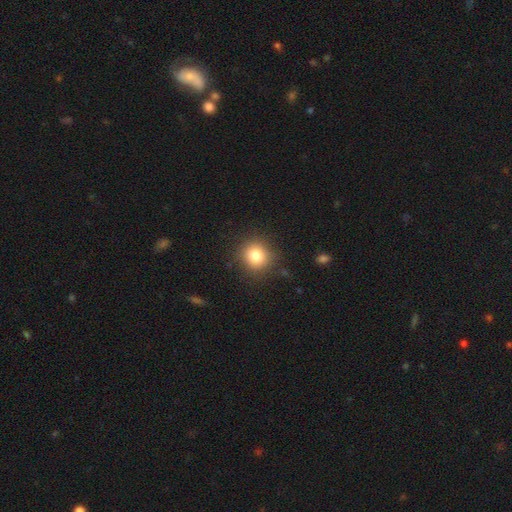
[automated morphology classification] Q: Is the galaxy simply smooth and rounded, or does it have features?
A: smooth — 82%.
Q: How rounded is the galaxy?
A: round — 90%.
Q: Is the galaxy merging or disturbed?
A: none — 88%.